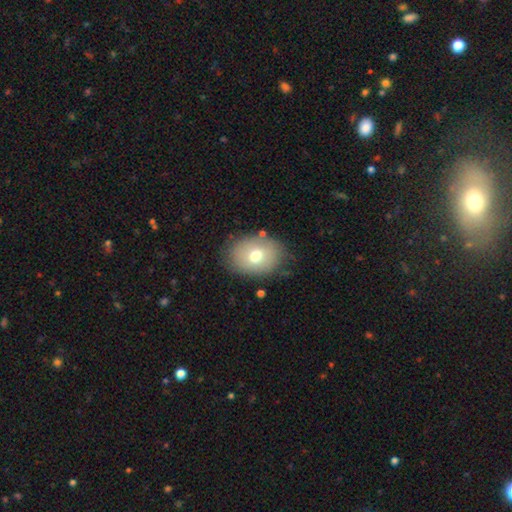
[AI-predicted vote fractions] smooth 69%, featured or disk 21%, star or artifact 9%. Down the decision tree: how rounded — in between (67%); merging — none (77%).